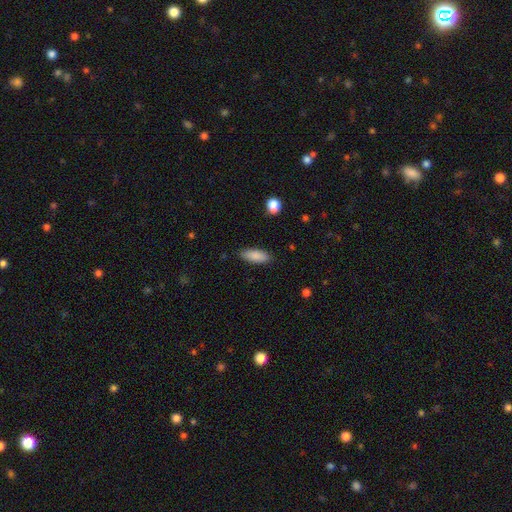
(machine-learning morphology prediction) This is clearly a smooth galaxy (87%). How rounded: likely in between (71%). Merging: clearly none (87%).